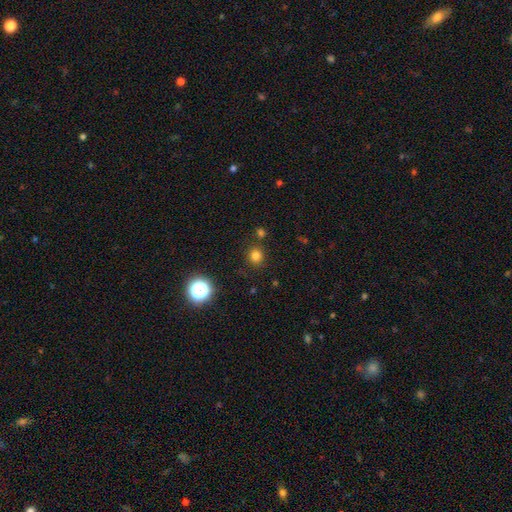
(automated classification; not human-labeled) Overall: smooth (78%). How rounded: round (88%). Merging: none (85%).